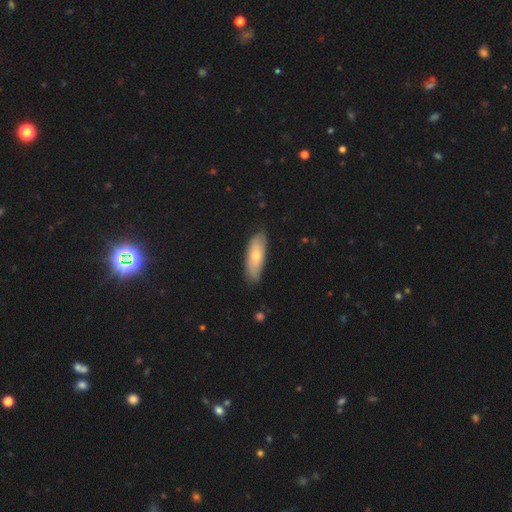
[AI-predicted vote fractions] Smooth or featured? smooth (62%)
How rounded? in between (66%)
Merging? none (80%)